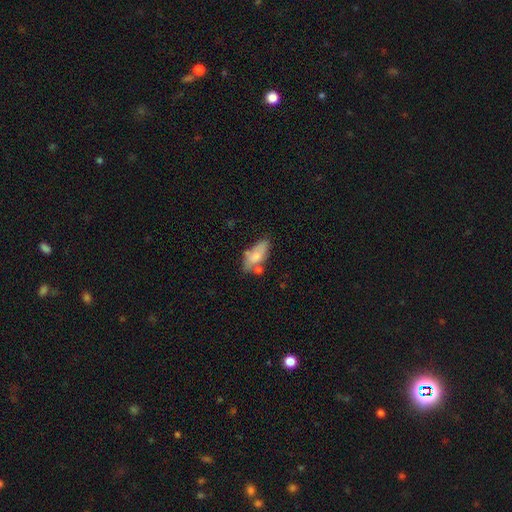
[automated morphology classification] type=smooth (69%); roundness=in between (86%); merging=none (48%).